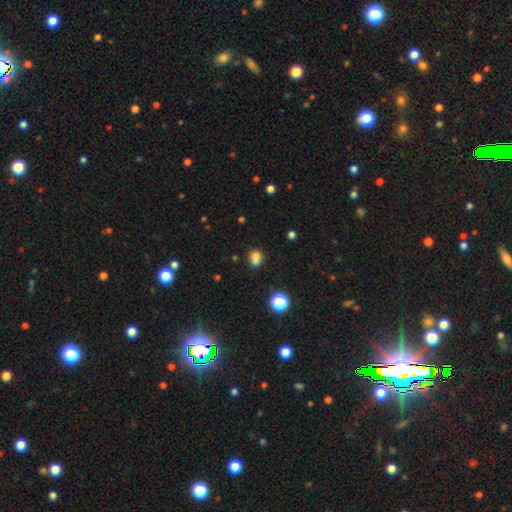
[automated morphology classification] smooth_or_featured: smooth (p=0.74) [alt: star or artifact p=0.16]
how_rounded: round (p=0.56) [alt: in between p=0.42]
merging: none (p=0.45) [alt: merger p=0.37]